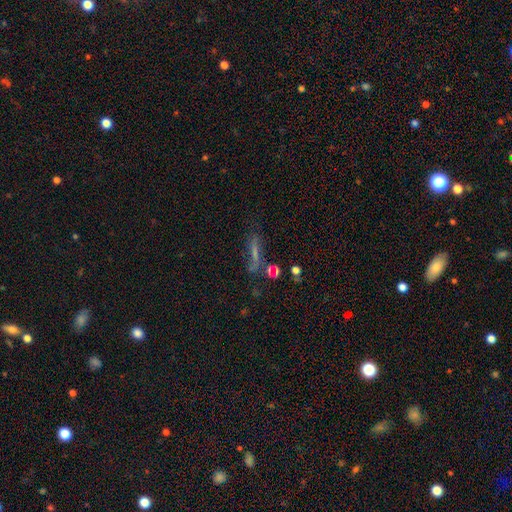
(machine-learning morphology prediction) The model was most divided on "smooth or featured": featured or disk: 40%, smooth: 39%, star or artifact: 21%. More confident: merging — none (51%).